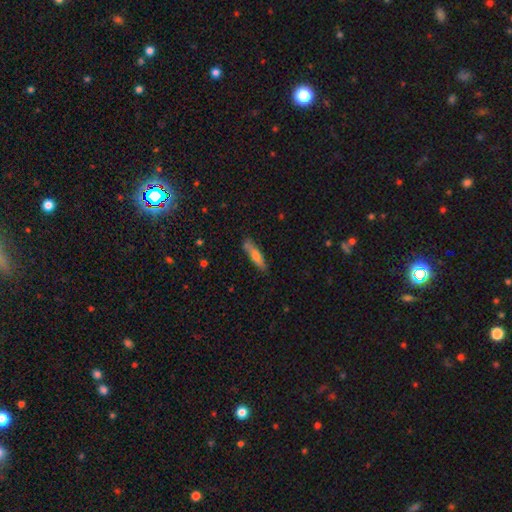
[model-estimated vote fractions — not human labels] Q: Smooth or featured?
A: smooth (69%); runner-up: featured or disk (25%)
Q: How rounded?
A: cigar-shaped (74%); runner-up: in between (24%)
Q: Merging?
A: none (77%); runner-up: minor disturbance (17%)